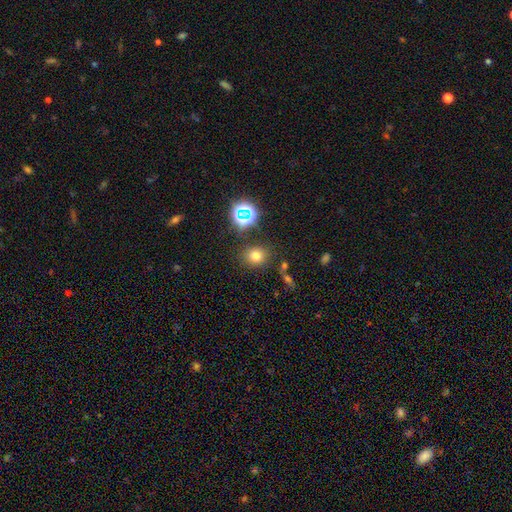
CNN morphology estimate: This is likely a smooth galaxy (72%). How rounded: likely round (73%). Merging: clearly none (82%).